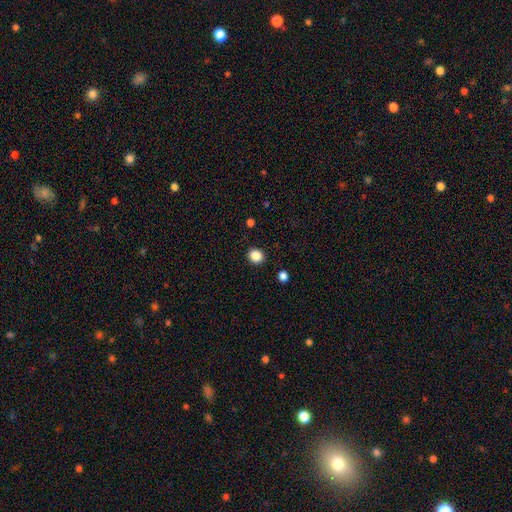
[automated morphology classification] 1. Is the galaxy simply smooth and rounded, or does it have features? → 86% smooth, 11% star or artifact, 3% featured or disk.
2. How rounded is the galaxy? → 81% round, 18% in between, 1% cigar-shaped.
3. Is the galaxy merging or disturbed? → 91% none, 6% minor disturbance, 2% major disturbance, 1% merger.